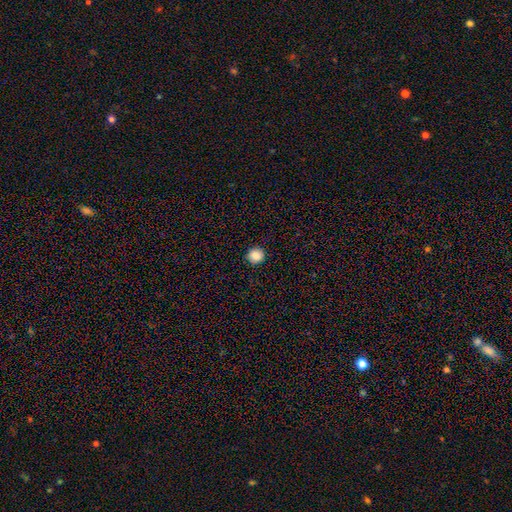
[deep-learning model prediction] Smooth or featured? smooth (86%)
How rounded? round (93%)
Merging? none (91%)